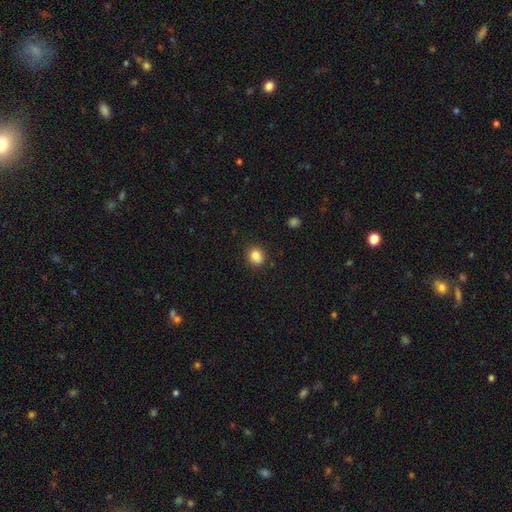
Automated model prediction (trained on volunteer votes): The model was most divided on "how rounded": round: 64%, in between: 35%, cigar-shaped: 1%. More confident: smooth or featured — smooth (83%); merging — none (81%).